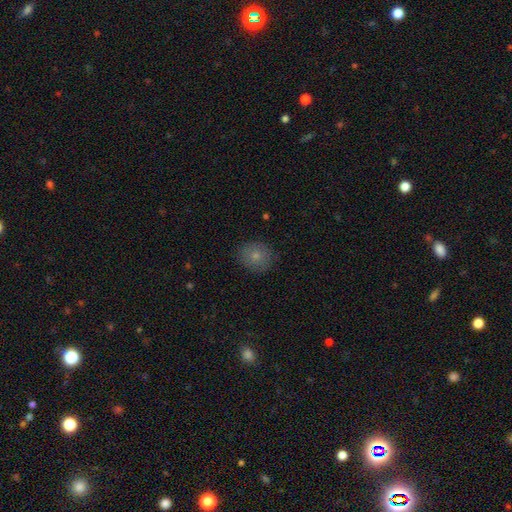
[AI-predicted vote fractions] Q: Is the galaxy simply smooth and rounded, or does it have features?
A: smooth — 77%.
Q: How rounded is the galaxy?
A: round — 73%.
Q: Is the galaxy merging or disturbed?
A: none — 85%.